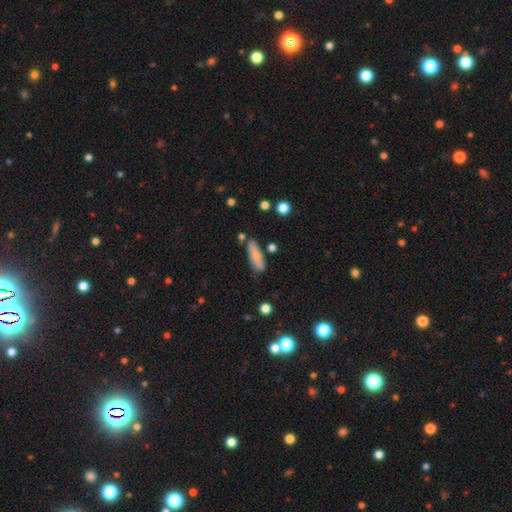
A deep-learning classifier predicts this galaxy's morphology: The model was most divided on "how rounded": cigar-shaped: 58%, in between: 40%, round: 2%. More confident: smooth or featured — smooth (80%); merging — none (73%).